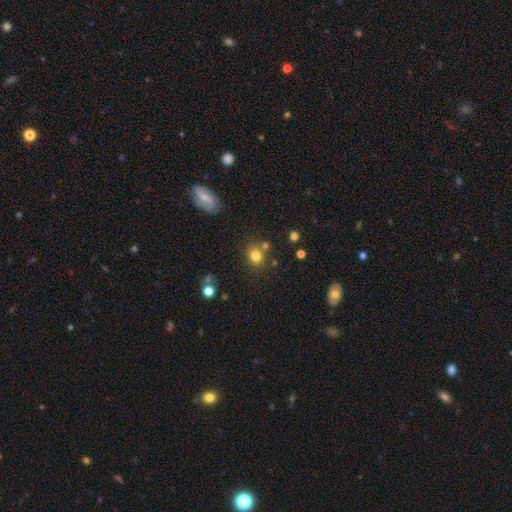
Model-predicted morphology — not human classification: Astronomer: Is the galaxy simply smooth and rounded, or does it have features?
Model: smooth — 79%.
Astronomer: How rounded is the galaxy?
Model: round — 77%.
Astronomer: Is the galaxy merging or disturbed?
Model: none — 70%.